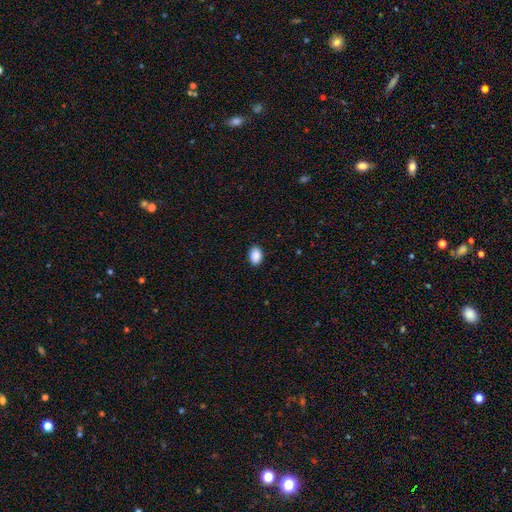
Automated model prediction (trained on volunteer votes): Smooth or featured? smooth (90%)
How rounded? in between (84%)
Merging? none (89%)